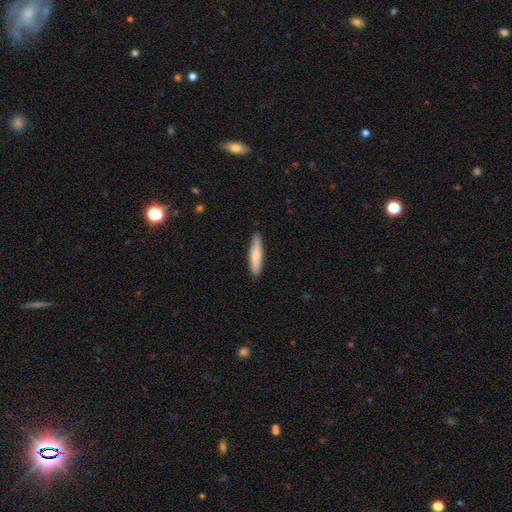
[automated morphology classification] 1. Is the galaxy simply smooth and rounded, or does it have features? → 78% smooth, 17% featured or disk, 5% star or artifact.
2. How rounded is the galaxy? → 82% cigar-shaped, 17% in between, 1% round.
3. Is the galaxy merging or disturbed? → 88% none, 9% minor disturbance, 2% major disturbance, 1% merger.